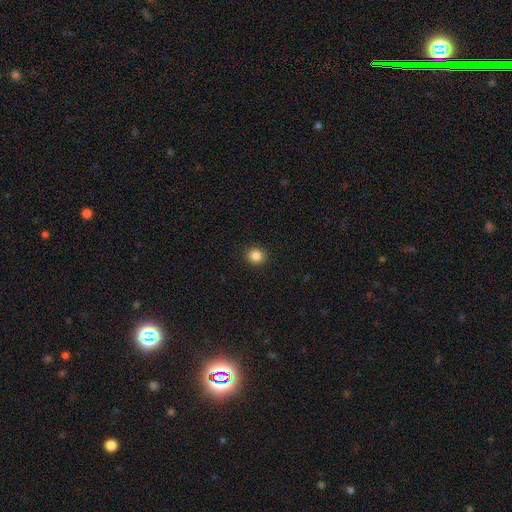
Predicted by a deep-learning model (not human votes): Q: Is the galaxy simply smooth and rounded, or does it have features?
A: smooth — 86%.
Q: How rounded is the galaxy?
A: round — 90%.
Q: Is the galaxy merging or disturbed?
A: none — 92%.